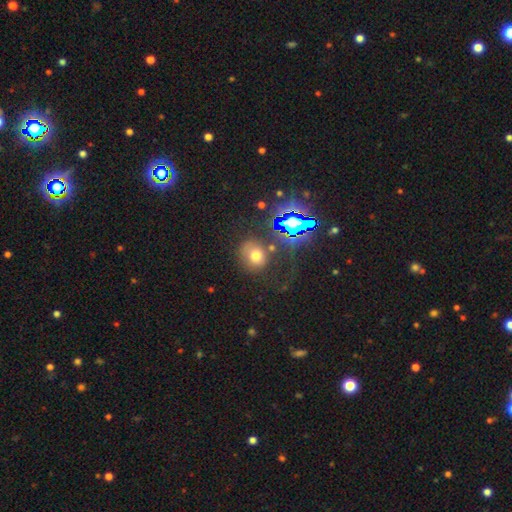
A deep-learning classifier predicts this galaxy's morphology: A smooth galaxy with no disk features (65%) that is round (73%). Merging: none (65%).